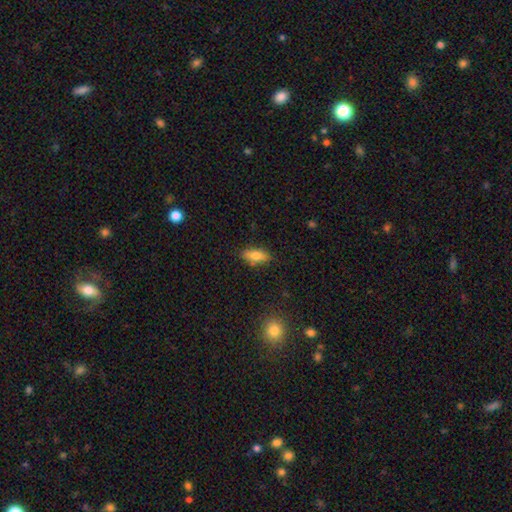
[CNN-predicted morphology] A smooth galaxy with no disk features (75%) that is in between round and cigar-shaped (76%).

Vote fractions:
- Smooth or featured? smooth: 75% / featured or disk: 16% / star or artifact: 8%
- How rounded? in between: 76% / cigar-shaped: 21% / round: 3%
- Merging? none: 81% / minor disturbance: 14% / major disturbance: 3% / merger: 2%